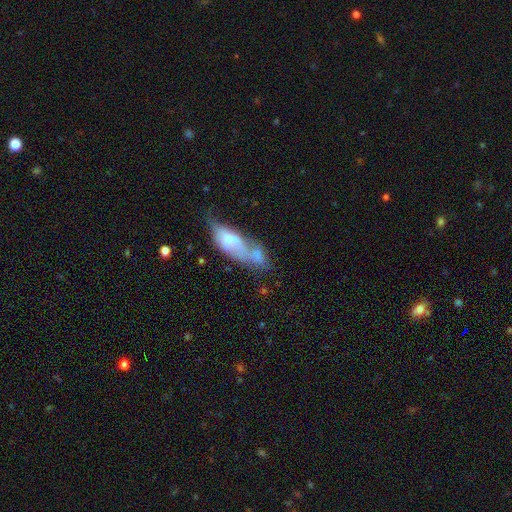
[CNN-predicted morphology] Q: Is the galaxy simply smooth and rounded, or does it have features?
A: smooth — 52%.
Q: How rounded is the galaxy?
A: in between — 70%.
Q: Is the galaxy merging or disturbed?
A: merger — 47%.